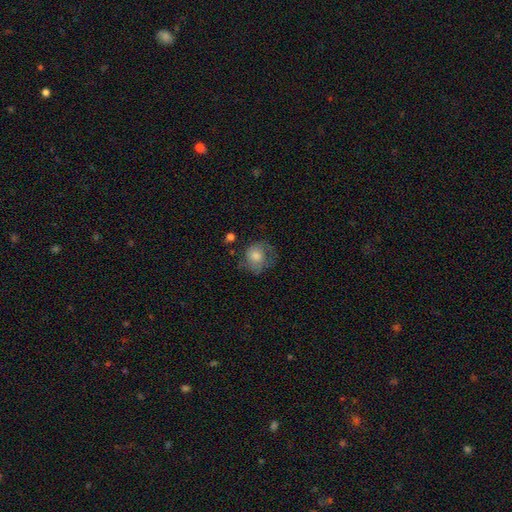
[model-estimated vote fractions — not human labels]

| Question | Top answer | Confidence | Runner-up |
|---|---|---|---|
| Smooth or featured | smooth | 63% | featured or disk (27%) |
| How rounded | round | 78% | in between (21%) |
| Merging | none | 56% | minor disturbance (25%) |